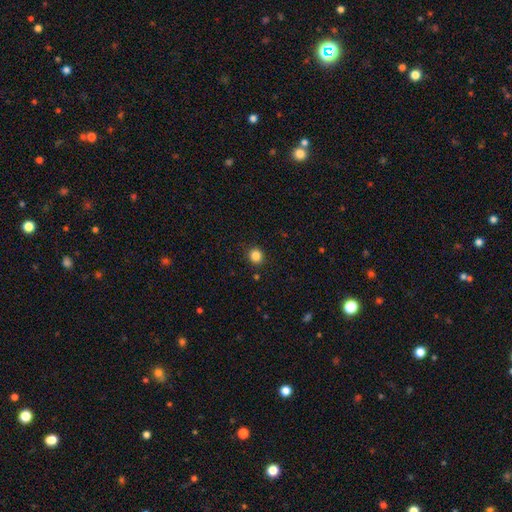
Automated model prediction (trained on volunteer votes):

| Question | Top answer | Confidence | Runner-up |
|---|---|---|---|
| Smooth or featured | smooth | 84% | star or artifact (12%) |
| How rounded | round | 88% | in between (11%) |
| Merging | none | 90% | minor disturbance (6%) |